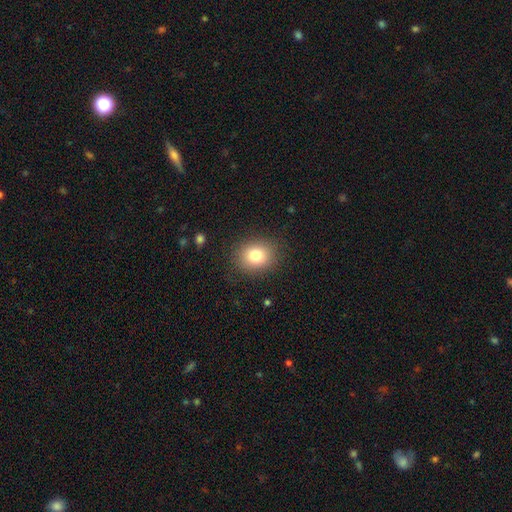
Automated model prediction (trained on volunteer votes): Smooth or featured?
  - smooth: 80% *
  - star or artifact: 11%
  - featured or disk: 9%
How rounded?
  - round: 60% *
  - in between: 39%
  - cigar-shaped: 1%
Merging?
  - none: 86% *
  - minor disturbance: 9%
  - major disturbance: 3%
  - merger: 1%